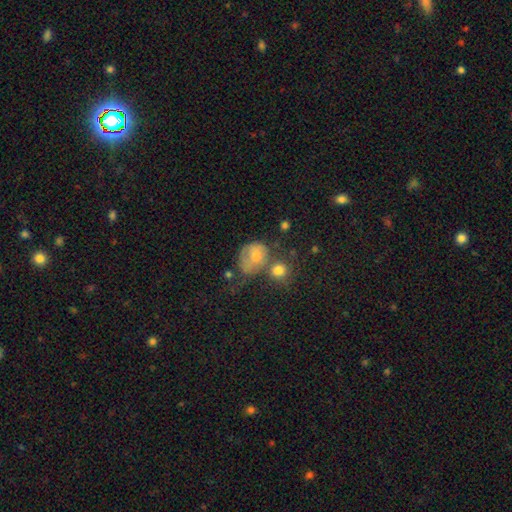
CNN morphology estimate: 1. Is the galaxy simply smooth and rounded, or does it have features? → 63% smooth, 27% featured or disk, 10% star or artifact.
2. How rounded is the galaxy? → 65% round, 34% in between, 1% cigar-shaped.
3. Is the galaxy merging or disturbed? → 29% none, 28% merger, 22% minor disturbance, 21% major disturbance.